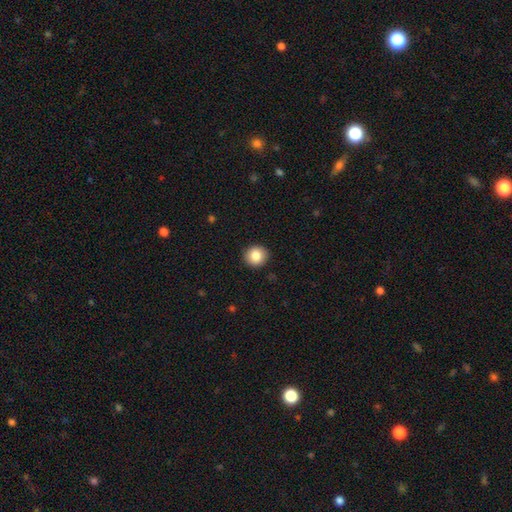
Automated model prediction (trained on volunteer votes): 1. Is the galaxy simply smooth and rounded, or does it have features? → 85% smooth, 9% star or artifact, 7% featured or disk.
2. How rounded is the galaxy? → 91% round, 8% in between, 1% cigar-shaped.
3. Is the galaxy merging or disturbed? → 92% none, 6% minor disturbance, 2% major disturbance, 1% merger.